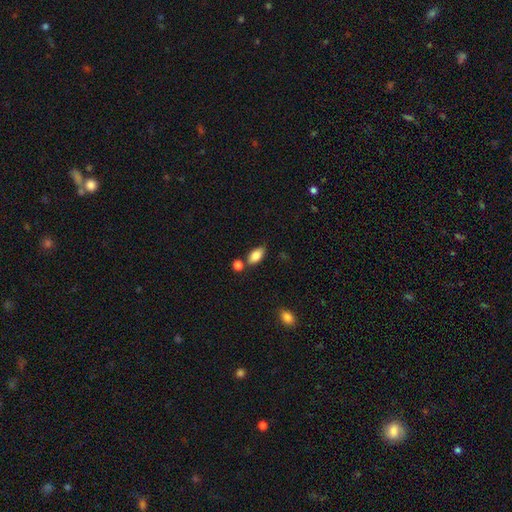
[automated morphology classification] This appears to be a smooth galaxy with no disk features (84%) that is in between round and cigar-shaped (91%). Merging: none (71%).